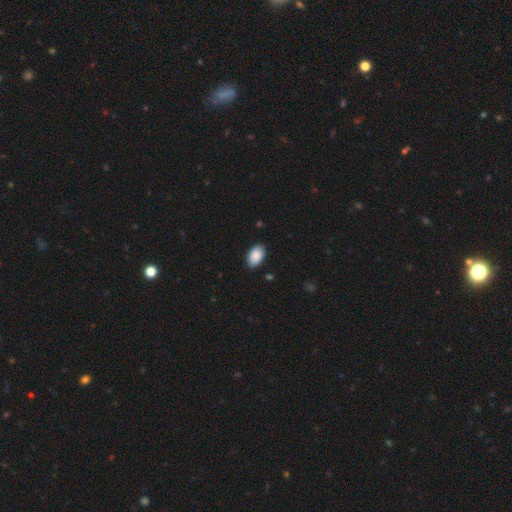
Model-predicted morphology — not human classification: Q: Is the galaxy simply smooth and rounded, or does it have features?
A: smooth — 89%.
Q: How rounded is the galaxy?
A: in between — 94%.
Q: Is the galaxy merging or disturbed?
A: none — 88%.